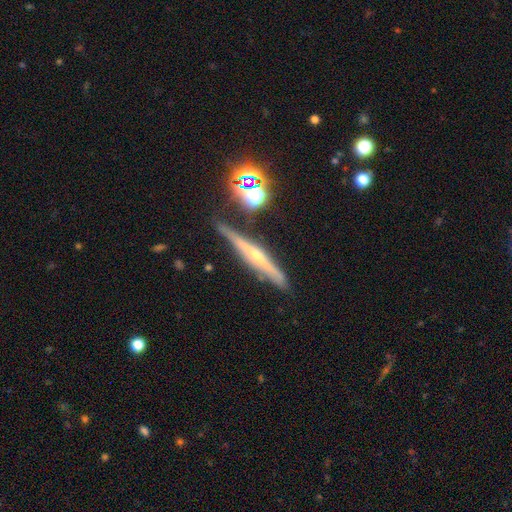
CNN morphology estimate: The model was most divided on "smooth or featured": featured or disk: 70%, smooth: 18%, star or artifact: 12%. More confident: edge-on disk — yes (96%); merging — none (84%); edge-on bulge — rounded (76%).